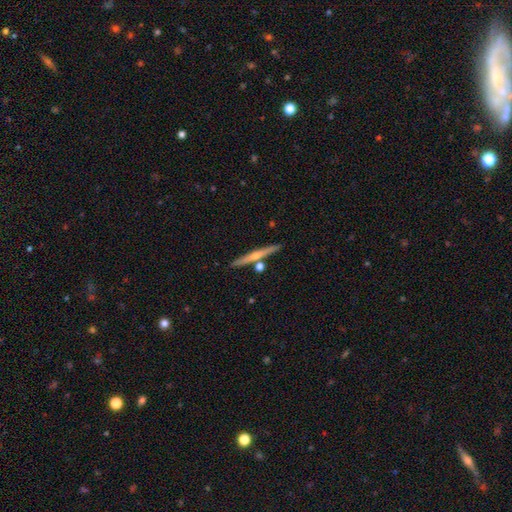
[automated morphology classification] This appears to be a featured or disk galaxy (68%) viewed edge-on (98%) with a rounded central bulge (66%). Merging: none (86%).